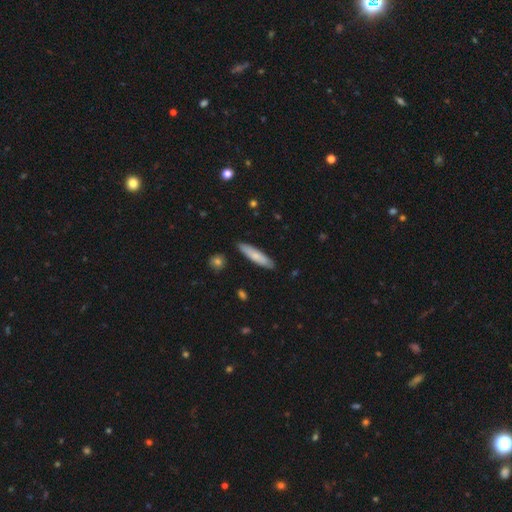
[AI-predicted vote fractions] Overall: smooth (73%). How rounded: cigar-shaped (78%). Merging: none (88%).